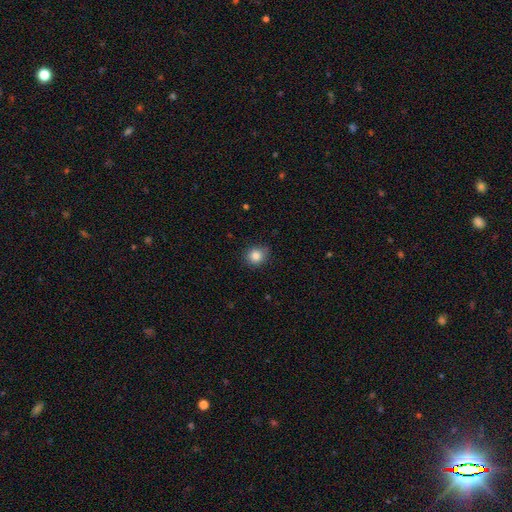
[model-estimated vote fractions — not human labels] smooth 85%, star or artifact 10%, featured or disk 5%. Down the decision tree: how rounded — round (79%); merging — none (84%).